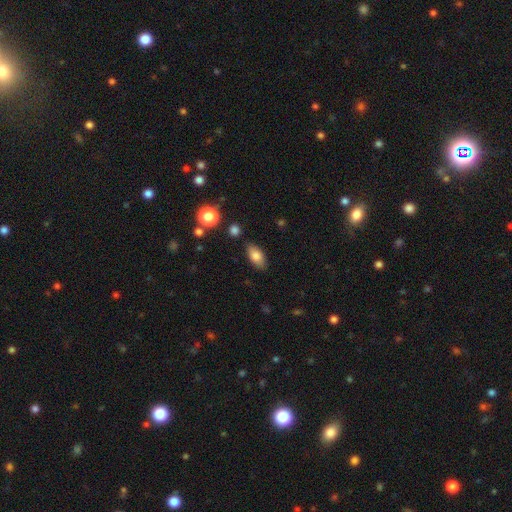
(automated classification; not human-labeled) Q: Smooth or featured?
A: smooth (80%); runner-up: featured or disk (11%)
Q: How rounded?
A: in between (88%); runner-up: cigar-shaped (7%)
Q: Merging?
A: none (83%); runner-up: minor disturbance (11%)